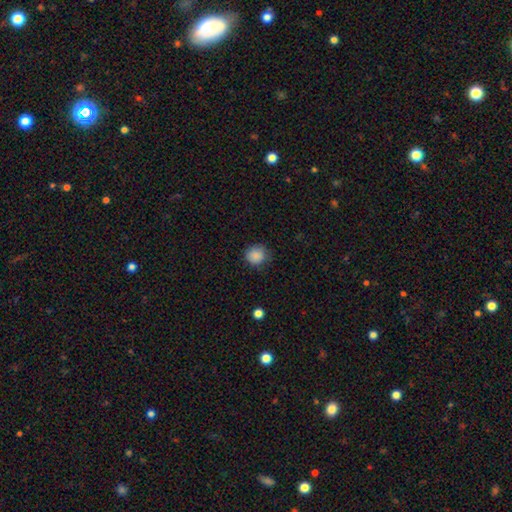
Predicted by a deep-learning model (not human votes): Smooth or featured? Predicted: smooth (p=0.87). How rounded? Predicted: round (p=0.86). Merging? Predicted: none (p=0.79).